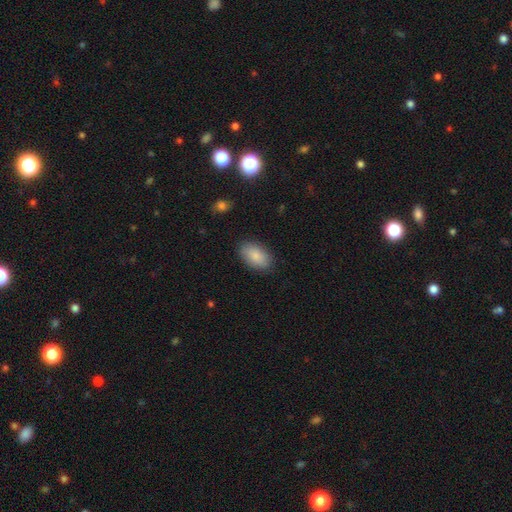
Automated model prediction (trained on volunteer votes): Q: Smooth or featured?
A: smooth (87%); runner-up: featured or disk (7%)
Q: How rounded?
A: in between (93%); runner-up: round (6%)
Q: Merging?
A: none (86%); runner-up: minor disturbance (10%)